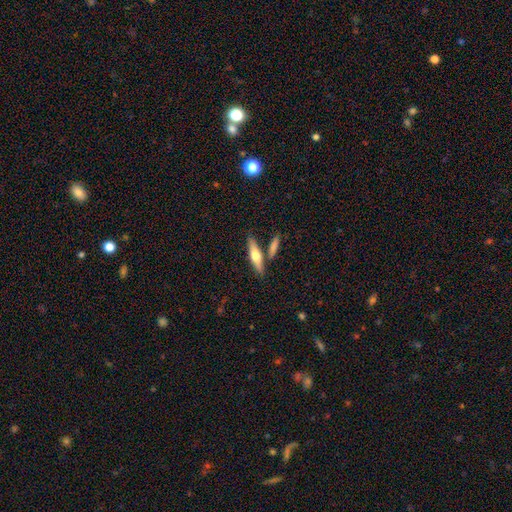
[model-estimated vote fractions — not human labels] A smooth galaxy with no disk features (51%) that is cigar-shaped (72%).

Vote fractions:
- Smooth or featured? smooth: 51% / featured or disk: 43% / star or artifact: 5%
- How rounded? cigar-shaped: 72% / in between: 25% / round: 3%
- Merging? none: 72% / merger: 15% / minor disturbance: 10% / major disturbance: 3%